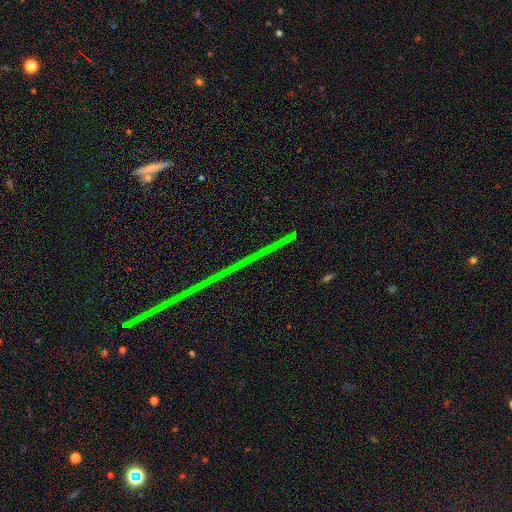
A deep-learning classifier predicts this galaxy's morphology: The model was most divided on "smooth or featured": star or artifact: 84%, featured or disk: 10%, smooth: 6%.